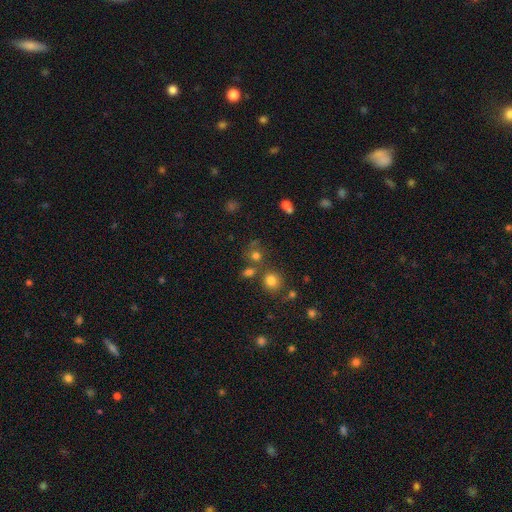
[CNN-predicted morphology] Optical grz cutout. It shows a smooth galaxy with no disk features (72%) that is round (83%). Merging: none (63%).